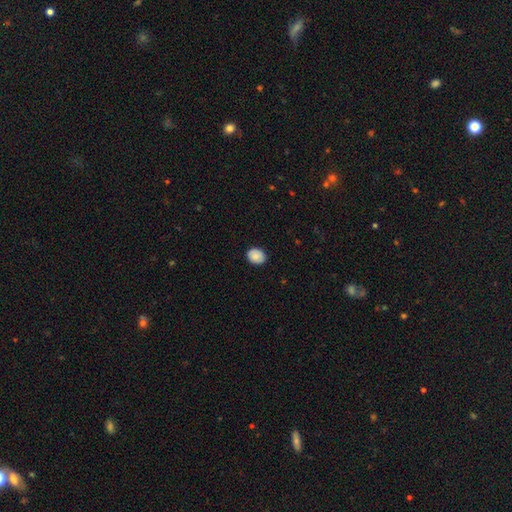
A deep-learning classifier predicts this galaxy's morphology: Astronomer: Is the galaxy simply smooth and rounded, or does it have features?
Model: smooth — 86%.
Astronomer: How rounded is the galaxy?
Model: in between — 55% (runner-up: round, 44%).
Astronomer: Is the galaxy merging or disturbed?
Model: none — 86%.